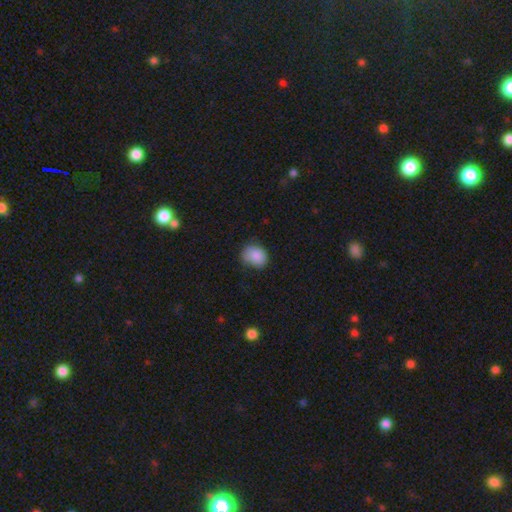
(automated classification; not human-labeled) A smooth galaxy with no disk features (85%) that is round (54%).

Vote fractions:
- Smooth or featured? smooth: 85% / star or artifact: 8% / featured or disk: 6%
- How rounded? round: 54% / in between: 45% / cigar-shaped: 1%
- Merging? none: 61% / minor disturbance: 30% / major disturbance: 7% / merger: 2%